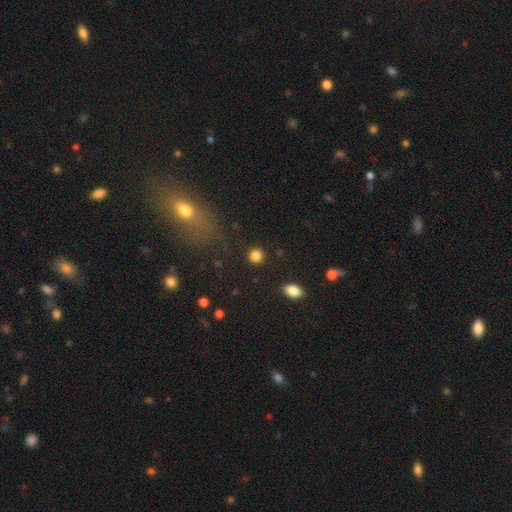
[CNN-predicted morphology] This appears to be a smooth galaxy with no disk features (85%) that is round (91%). Merging: none (91%).